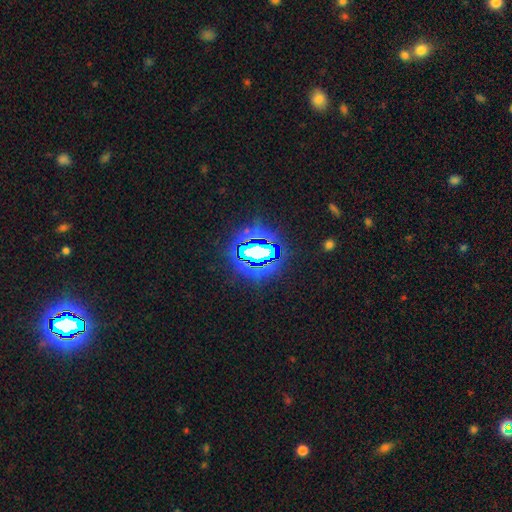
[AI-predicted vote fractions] A star or artifact, not a galaxy (77%).